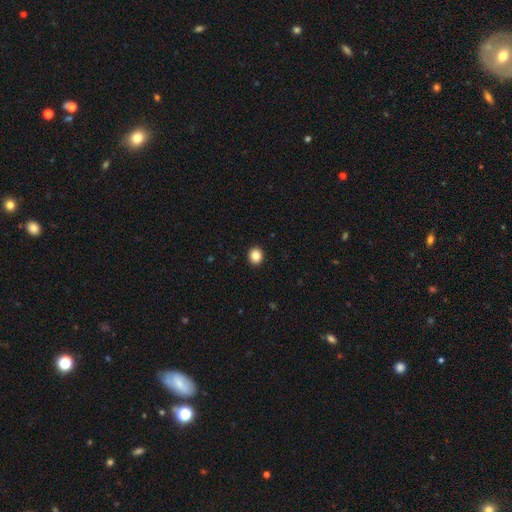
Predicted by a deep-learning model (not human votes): Smooth or featured: smooth — 86% (star or artifact — 10%)
How rounded: round — 80% (in between — 19%)
Merging: none — 93% (minor disturbance — 5%)